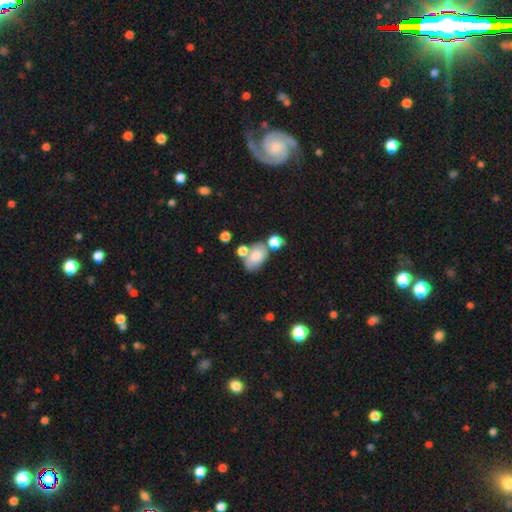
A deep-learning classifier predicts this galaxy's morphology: smooth_or_featured: smooth (p=0.67) [alt: featured or disk p=0.23]
how_rounded: in between (p=0.86) [alt: round p=0.13]
merging: none (p=0.42) [alt: merger p=0.28]